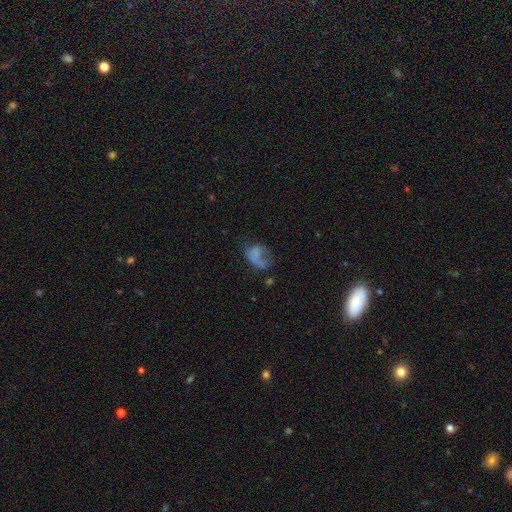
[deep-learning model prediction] Smooth or featured?
  - smooth: 51% *
  - featured or disk: 34%
  - star or artifact: 15%
How rounded?
  - in between: 77% *
  - round: 21%
  - cigar-shaped: 2%
Merging?
  - major disturbance: 42% *
  - none: 27%
  - minor disturbance: 21%
  - merger: 10%